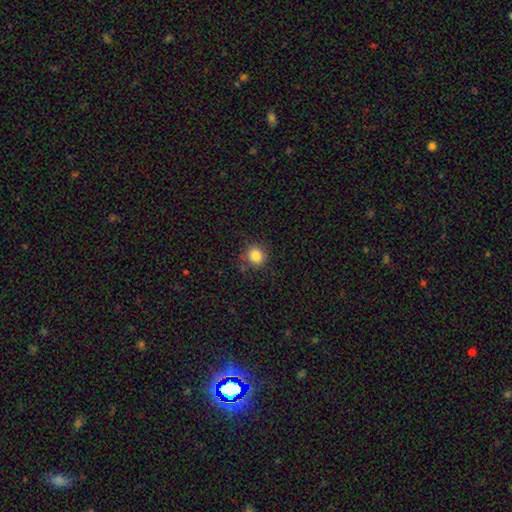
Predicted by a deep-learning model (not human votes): smooth-or-featured: smooth: 84% | star or artifact: 11% | featured or disk: 5%
  how-rounded: round: 88% | in between: 11% | cigar-shaped: 1%
  merging: none: 83% | minor disturbance: 11% | merger: 3% | major disturbance: 3%